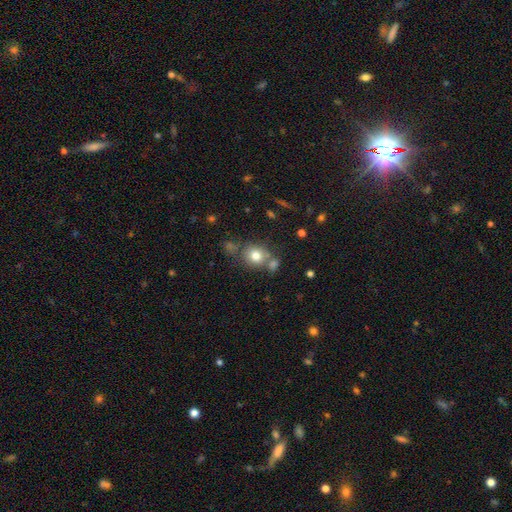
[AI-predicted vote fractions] Smooth or featured? Predicted: smooth (p=0.78). How rounded? Predicted: round (p=0.74). Merging? Predicted: none (p=0.60).